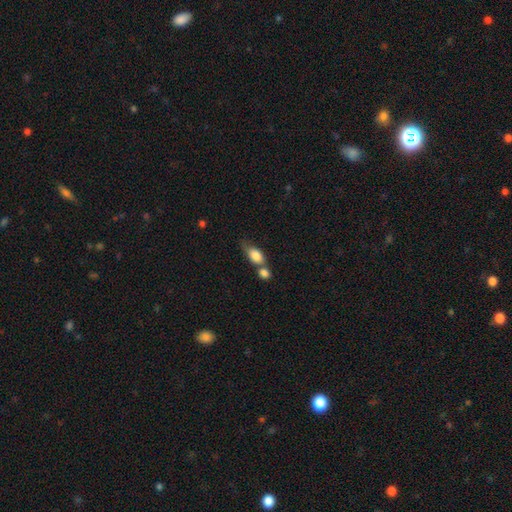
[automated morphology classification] smooth-or-featured: smooth: 81% | featured or disk: 12% | star or artifact: 7%
  how-rounded: in between: 79% | round: 15% | cigar-shaped: 6%
  merging: merger: 55% | none: 24% | minor disturbance: 13% | major disturbance: 8%